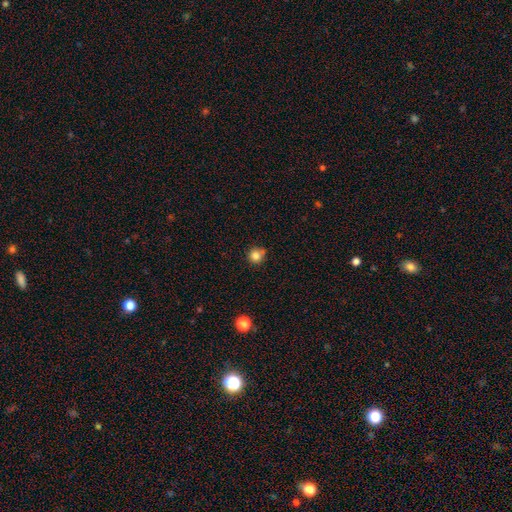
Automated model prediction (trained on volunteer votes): Morphology: type=smooth (82%); roundness=round (93%); merging=none (71%).